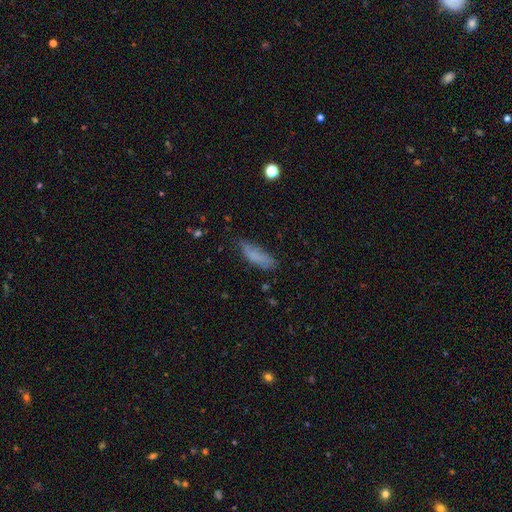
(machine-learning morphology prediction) A smooth galaxy with no disk features (77%) that is cigar-shaped (49%, tied with in between).

Vote fractions:
- Smooth or featured? smooth: 77% / featured or disk: 14% / star or artifact: 9%
- How rounded? cigar-shaped: 49% (tied) / in between: 49% (tied) / round: 2%
- Merging? none: 61% / minor disturbance: 28% / major disturbance: 9% / merger: 2%